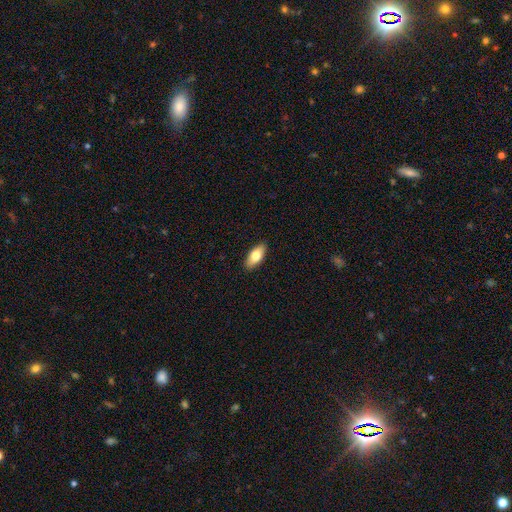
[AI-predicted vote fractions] This appears to be a smooth galaxy with no disk features (76%) that is in between round and cigar-shaped (86%). Merging: none (89%).